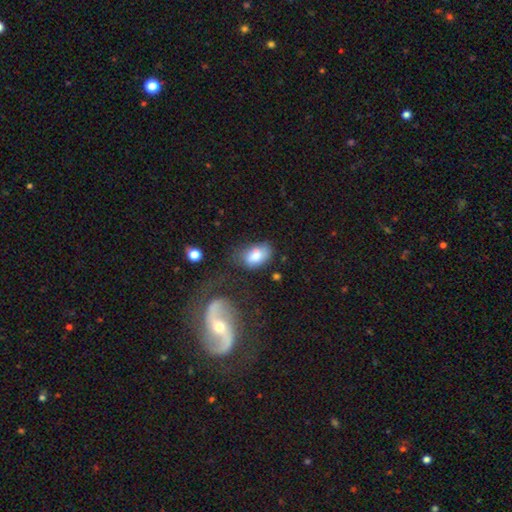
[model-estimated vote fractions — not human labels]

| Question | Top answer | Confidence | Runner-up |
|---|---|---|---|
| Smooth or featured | smooth | 77% | featured or disk (15%) |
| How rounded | in between | 87% | round (11%) |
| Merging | none | 45% | minor disturbance (29%) |